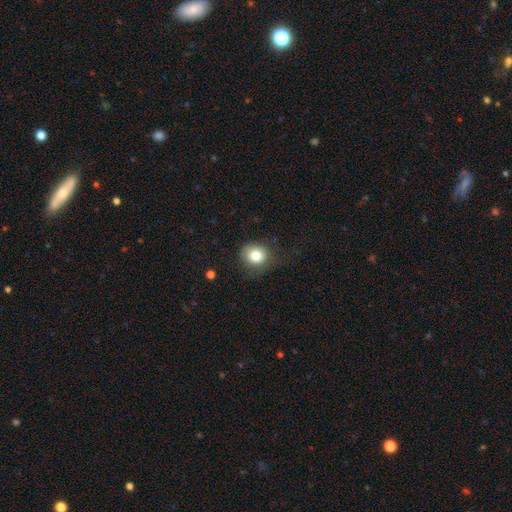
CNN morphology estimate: type=smooth (80%); roundness=round (79%); merging=none (73%).